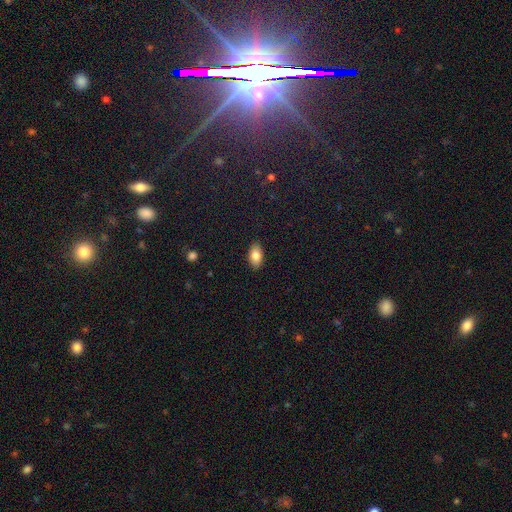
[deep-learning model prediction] smooth-or-featured: smooth: 81% | featured or disk: 11% | star or artifact: 8%
  how-rounded: in between: 92% | round: 5% | cigar-shaped: 3%
  merging: none: 89% | minor disturbance: 8% | major disturbance: 2% | merger: 1%